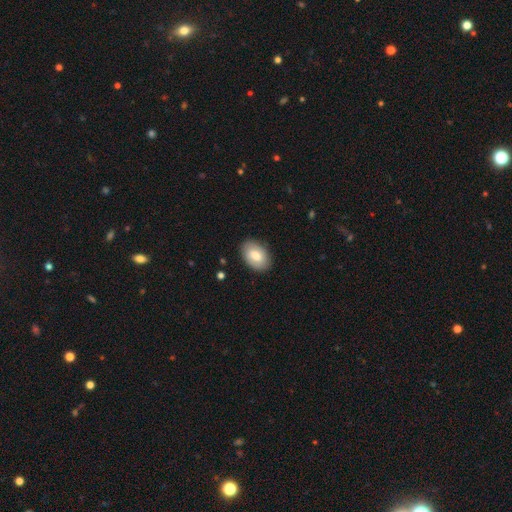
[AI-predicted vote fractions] smooth 75%, featured or disk 18%, star or artifact 6%. Down the decision tree: how rounded — in between (89%); merging — none (86%).